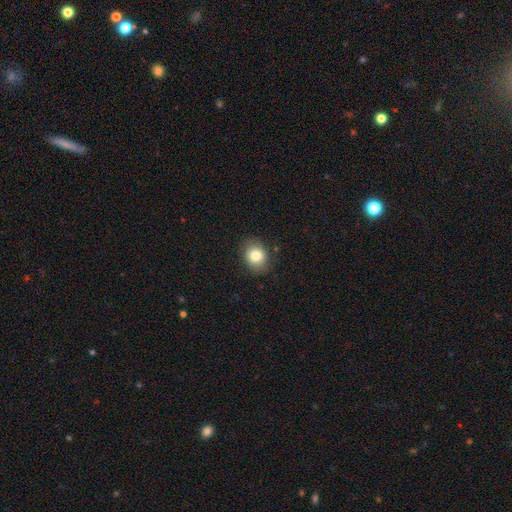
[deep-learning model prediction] Smooth or featured? Predicted: smooth (p=0.82). How rounded? Predicted: round (p=0.56). Merging? Predicted: none (p=0.85).